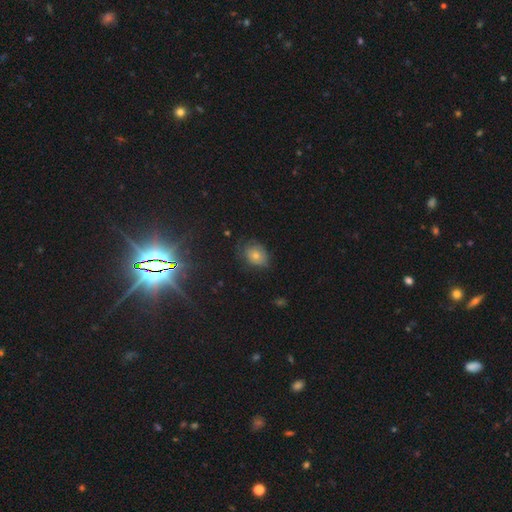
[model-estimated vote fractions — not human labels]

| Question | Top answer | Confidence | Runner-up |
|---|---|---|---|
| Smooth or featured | smooth | 67% | featured or disk (20%) |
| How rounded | in between | 65% | round (34%) |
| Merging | none | 60% | minor disturbance (29%) |